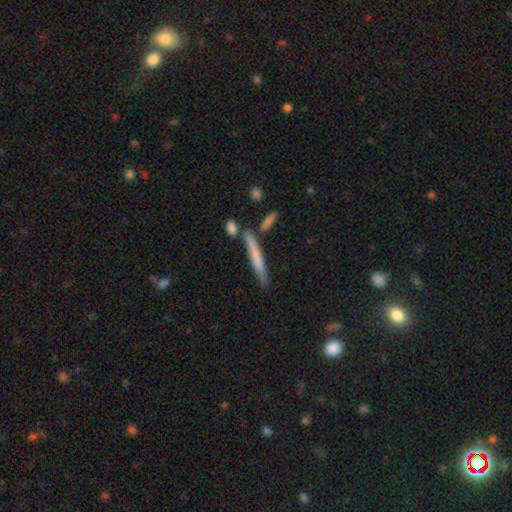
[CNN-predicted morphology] This appears to be a smooth galaxy with no disk features (61%) that is cigar-shaped (95%). Merging: none (74%).